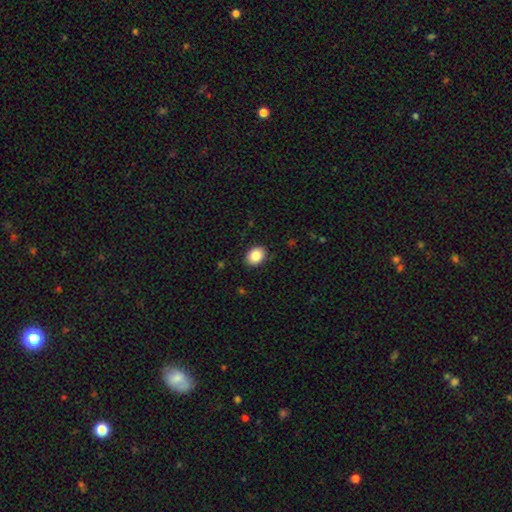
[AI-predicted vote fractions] Q: Smooth or featured?
A: smooth (87%); runner-up: star or artifact (8%)
Q: How rounded?
A: in between (60%); runner-up: round (39%)
Q: Merging?
A: none (88%); runner-up: minor disturbance (9%)